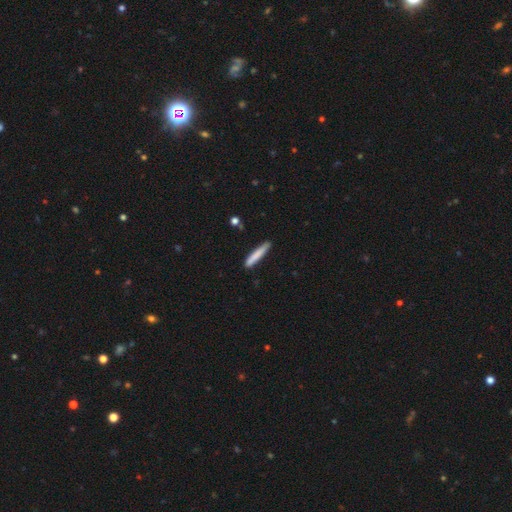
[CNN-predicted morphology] smooth-or-featured: smooth: 79% | featured or disk: 15% | star or artifact: 6%
  how-rounded: cigar-shaped: 94% | in between: 5% | round: 1%
  merging: none: 84% | minor disturbance: 12% | major disturbance: 2% | merger: 2%